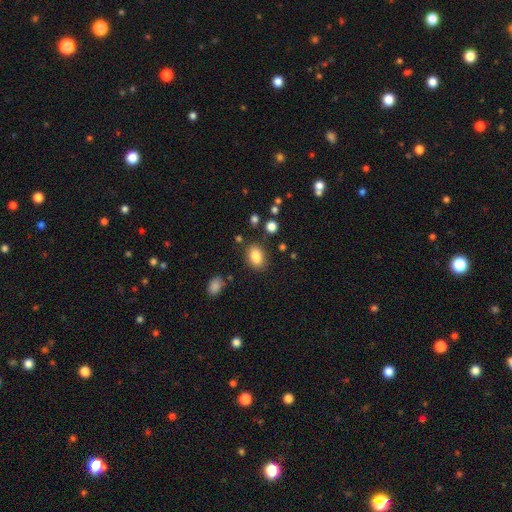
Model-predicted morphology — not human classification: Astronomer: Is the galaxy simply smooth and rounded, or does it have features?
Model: smooth — 83%.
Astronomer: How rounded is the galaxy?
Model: in between — 83%.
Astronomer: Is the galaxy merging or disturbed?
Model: none — 77%.